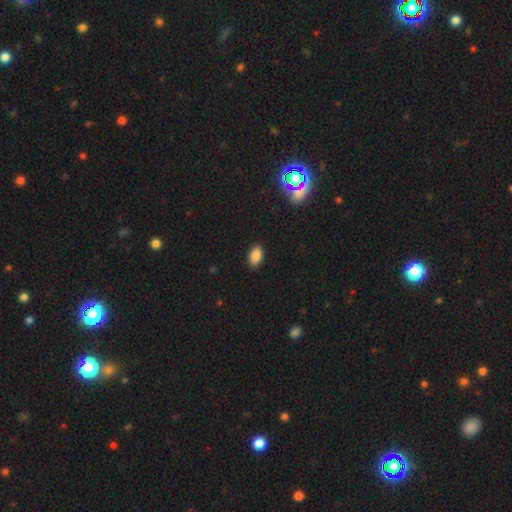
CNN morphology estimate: A smooth galaxy with no disk features (85%) that is in between round and cigar-shaped (90%). Merging: none (89%).